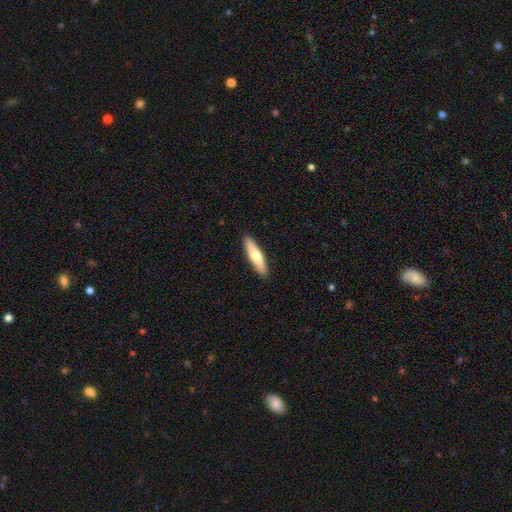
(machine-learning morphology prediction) Overall: smooth (62%; featured or disk 33%). How rounded: cigar-shaped (79%). Merging: none (90%).